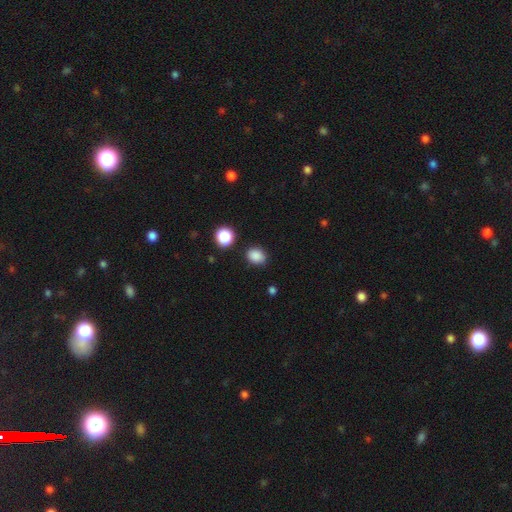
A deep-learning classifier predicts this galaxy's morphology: smooth 86%, star or artifact 11%, featured or disk 3%. Down the decision tree: how rounded — round (51%); merging — none (83%).